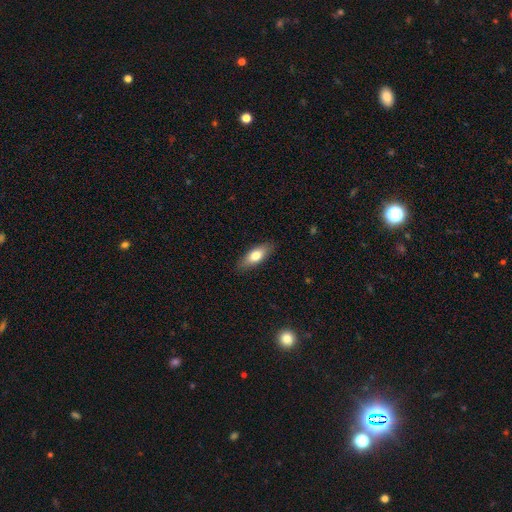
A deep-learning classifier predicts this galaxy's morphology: smooth 73%, featured or disk 21%, star or artifact 6%. Down the decision tree: how rounded — in between (70%); merging — none (87%).